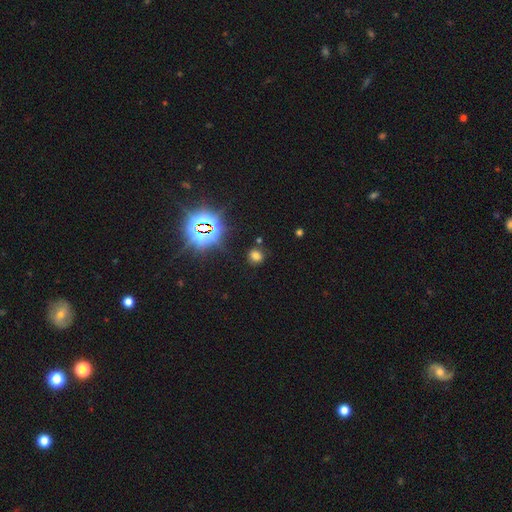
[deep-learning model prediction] Overall: smooth (61%; star or artifact 32%). How rounded: round (75%). Merging: none (83%).